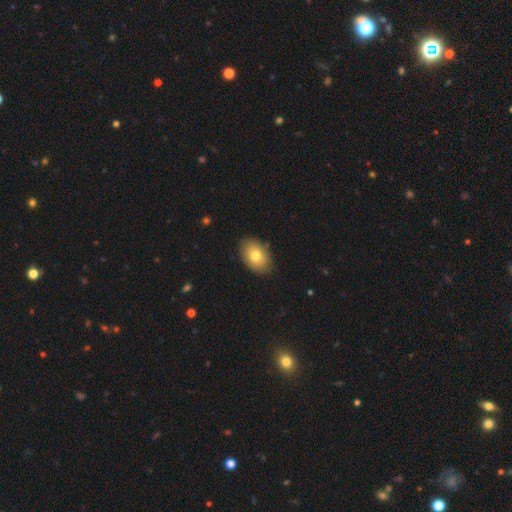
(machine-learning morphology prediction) A smooth galaxy with no disk features (78%) that is in between round and cigar-shaped (86%).

Vote fractions:
- Smooth or featured? smooth: 78% / featured or disk: 15% / star or artifact: 8%
- How rounded? in between: 86% / round: 13% / cigar-shaped: 1%
- Merging? none: 87% / minor disturbance: 10% / major disturbance: 2% / merger: 1%